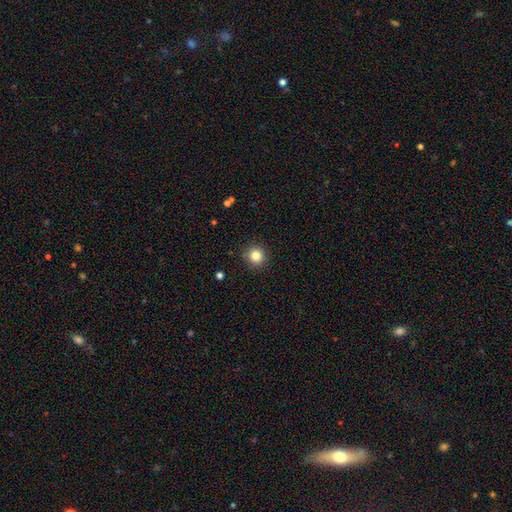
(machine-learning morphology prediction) Smooth or featured?
  - smooth: 84% *
  - star or artifact: 11%
  - featured or disk: 5%
How rounded?
  - round: 93% *
  - in between: 6%
  - cigar-shaped: 1%
Merging?
  - none: 91% *
  - minor disturbance: 6%
  - major disturbance: 2%
  - merger: 1%